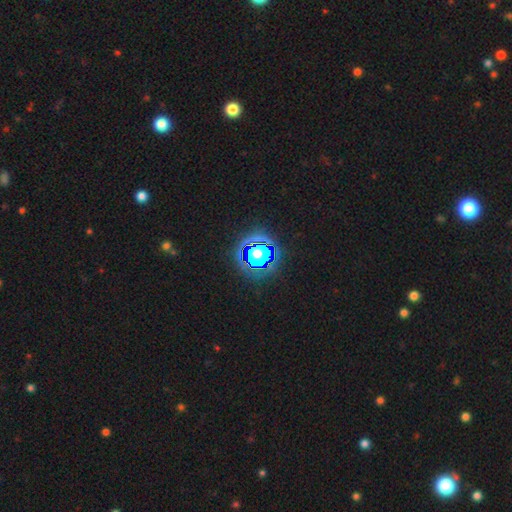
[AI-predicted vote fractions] star or artifact 60%, smooth 26%, featured or disk 13%.